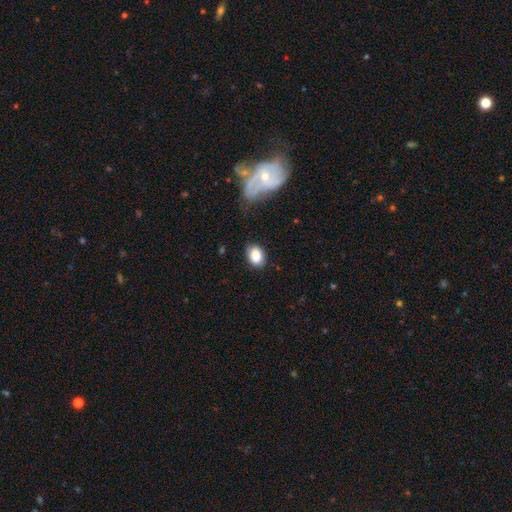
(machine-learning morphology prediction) Smooth or featured: smooth — 86% (star or artifact — 8%)
How rounded: in between — 77% (round — 22%)
Merging: none — 79% (minor disturbance — 16%)